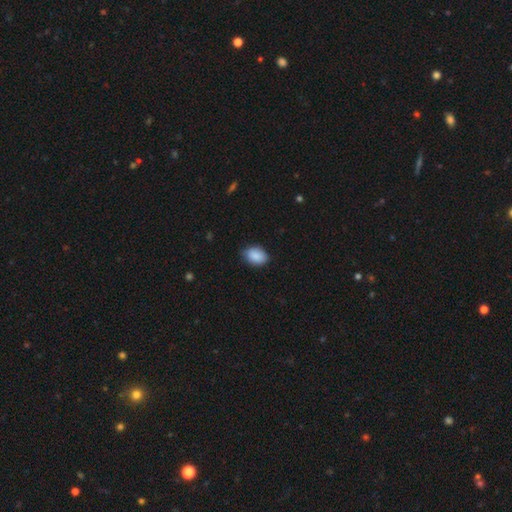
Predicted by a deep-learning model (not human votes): Q: Smooth or featured?
A: smooth (88%); runner-up: star or artifact (7%)
Q: How rounded?
A: in between (79%); runner-up: round (20%)
Q: Merging?
A: none (77%); runner-up: minor disturbance (20%)